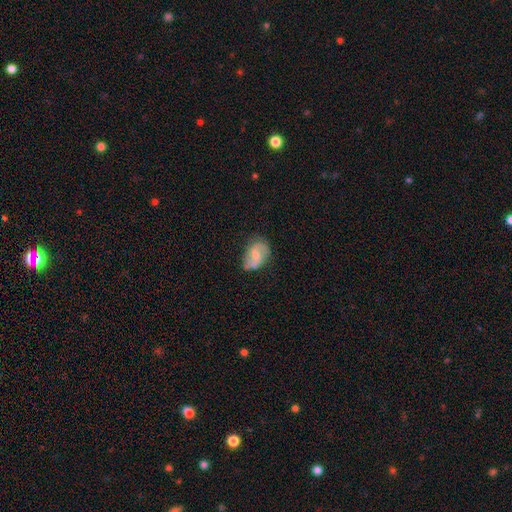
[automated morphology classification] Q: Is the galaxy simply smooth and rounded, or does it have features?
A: featured or disk — 66%.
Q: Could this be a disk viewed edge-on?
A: no — 97%.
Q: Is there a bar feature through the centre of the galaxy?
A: weak — 52%.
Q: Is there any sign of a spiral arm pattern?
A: yes — 89%.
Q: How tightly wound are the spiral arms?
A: medium — 46%.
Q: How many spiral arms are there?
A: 2 — 87%.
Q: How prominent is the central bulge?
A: moderate — 38%.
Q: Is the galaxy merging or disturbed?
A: none — 66%.